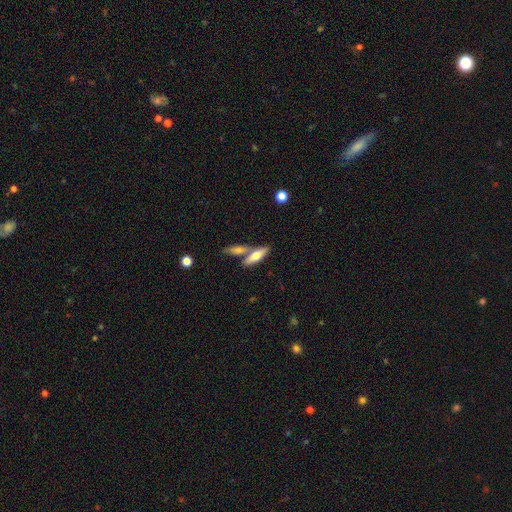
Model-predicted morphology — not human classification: type=smooth (55%); roundness=cigar-shaped (55%); merging=none (57%).